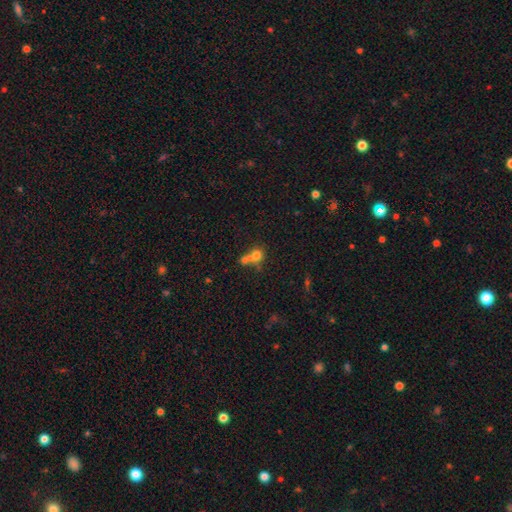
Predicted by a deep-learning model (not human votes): A smooth galaxy with no disk features (67%) that is round (78%). Merging: merger (53%).